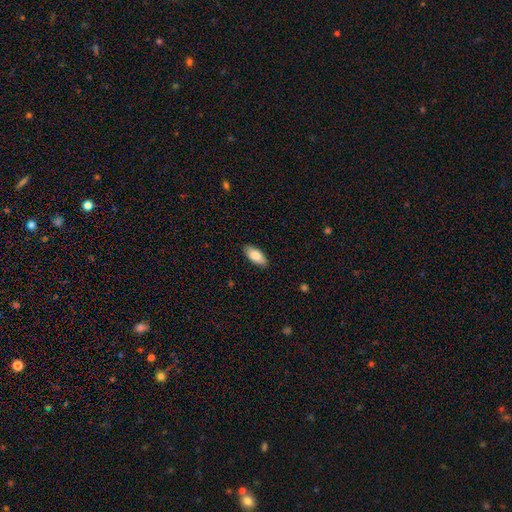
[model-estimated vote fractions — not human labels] smooth_or_featured: smooth (p=0.86) [alt: featured or disk p=0.08]
how_rounded: in between (p=0.89) [alt: cigar-shaped p=0.09]
merging: none (p=0.88) [alt: minor disturbance p=0.09]